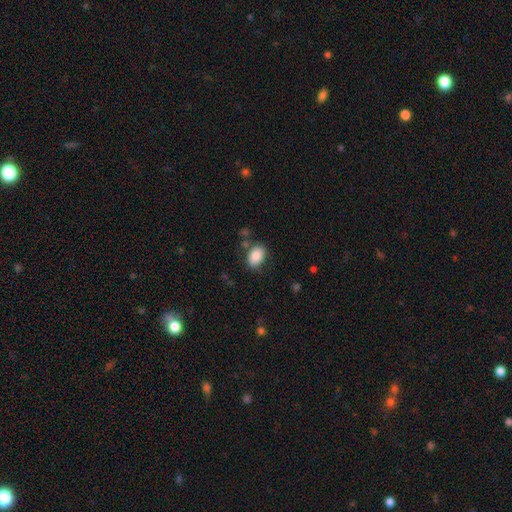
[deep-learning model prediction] Smooth or featured? smooth (83%)
How rounded? in between (81%)
Merging? none (73%)